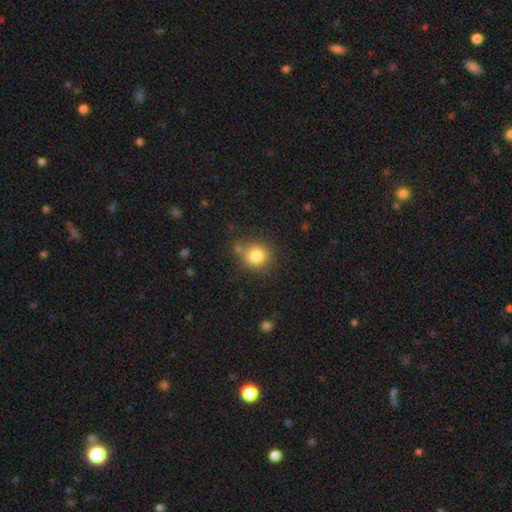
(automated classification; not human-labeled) Q: Smooth or featured?
A: smooth (82%); runner-up: star or artifact (11%)
Q: How rounded?
A: round (85%); runner-up: in between (14%)
Q: Merging?
A: none (76%); runner-up: minor disturbance (14%)